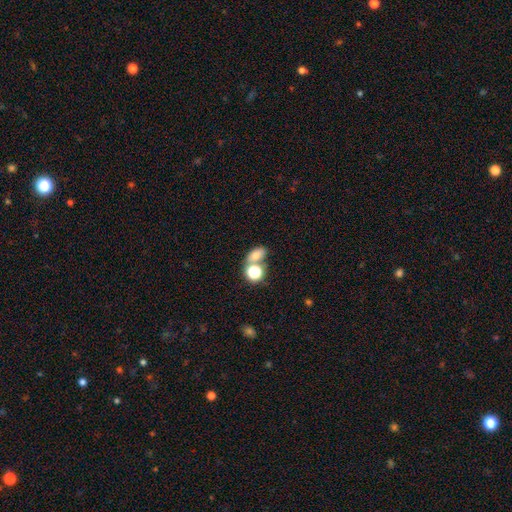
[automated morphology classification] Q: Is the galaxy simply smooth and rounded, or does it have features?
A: smooth — 71%.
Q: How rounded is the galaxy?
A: in between — 71%.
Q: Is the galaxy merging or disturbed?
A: none — 50%.